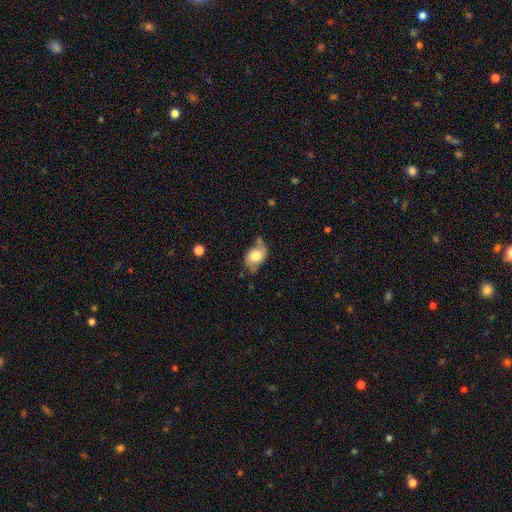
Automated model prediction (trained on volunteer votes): This appears to be a smooth galaxy with no disk features (68%) that is in between round and cigar-shaped (79%). Merging: none (52%).